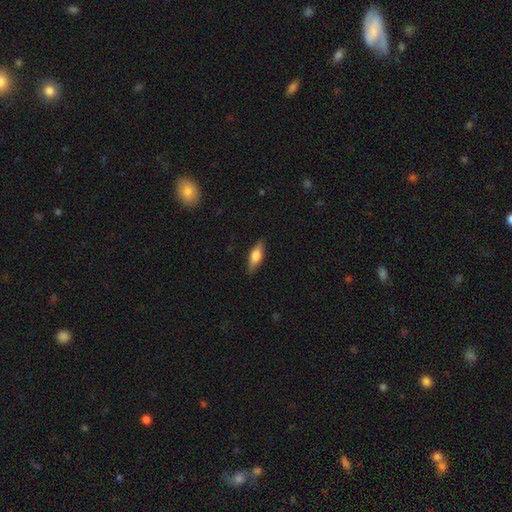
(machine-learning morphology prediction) Smooth or featured? smooth (60%)
How rounded? in between (60%)
Merging? none (85%)